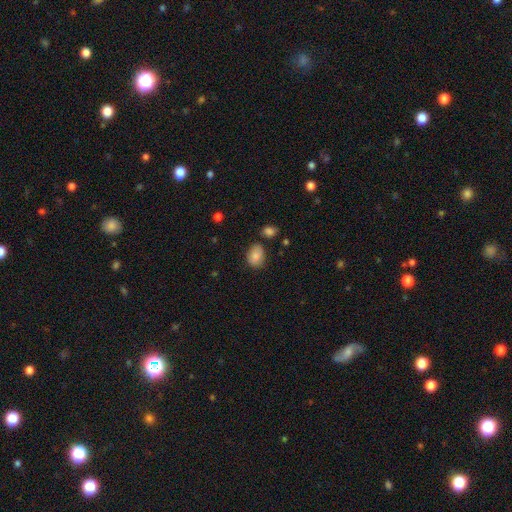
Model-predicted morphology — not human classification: The model was most divided on "how rounded": in between: 70%, round: 29%, cigar-shaped: 1%. More confident: smooth or featured — smooth (84%); merging — none (69%).